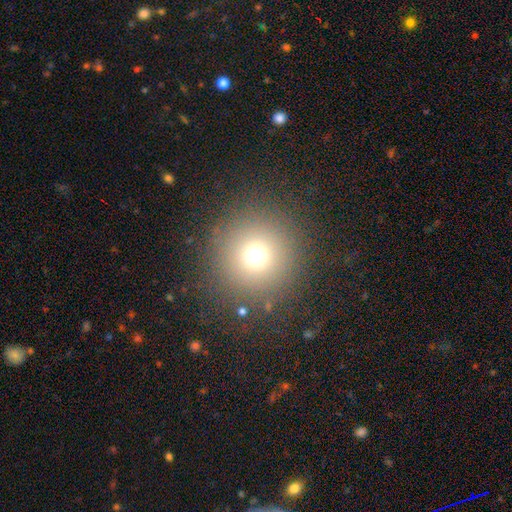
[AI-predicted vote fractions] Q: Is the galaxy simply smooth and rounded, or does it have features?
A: smooth — 71%.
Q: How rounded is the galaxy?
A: round — 96%.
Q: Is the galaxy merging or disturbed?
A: none — 89%.